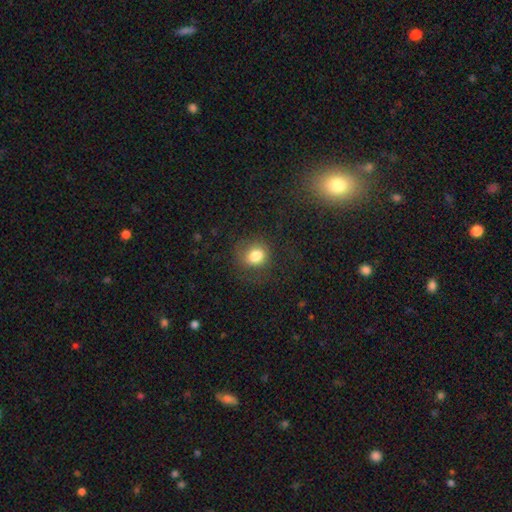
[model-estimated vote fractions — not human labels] smooth-or-featured: smooth: 80% | star or artifact: 11% | featured or disk: 9%
  how-rounded: round: 76% | in between: 23% | cigar-shaped: 1%
  merging: none: 69% | minor disturbance: 17% | major disturbance: 13% | merger: 1%